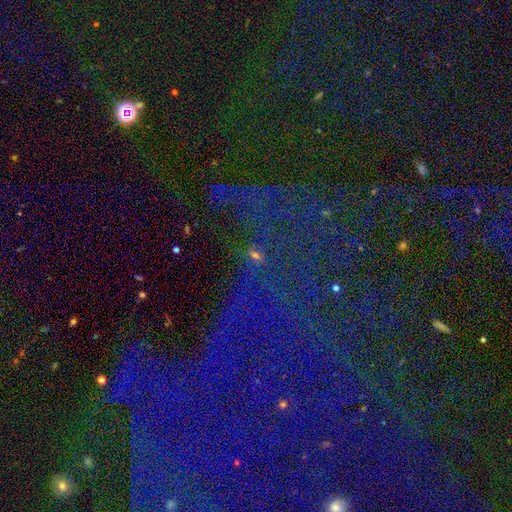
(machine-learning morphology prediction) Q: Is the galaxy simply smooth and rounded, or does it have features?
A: star or artifact — 66%.